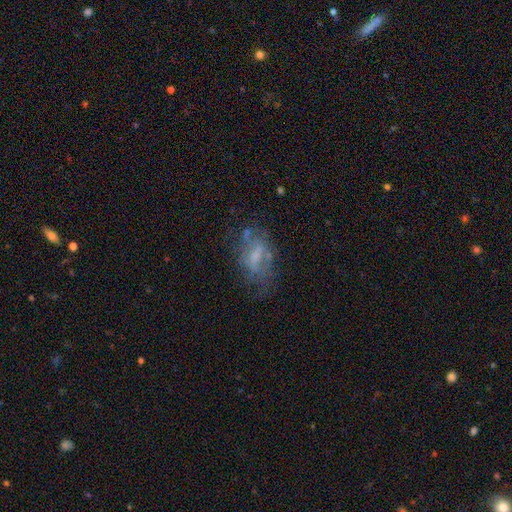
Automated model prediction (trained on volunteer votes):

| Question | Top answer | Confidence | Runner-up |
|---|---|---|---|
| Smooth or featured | featured or disk | 55% | smooth (33%) |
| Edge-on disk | no | 92% | yes (8%) |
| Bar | no | 41% | tied: weak (41%) |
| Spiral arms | no | 65% | yes (35%) |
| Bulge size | small | 33% | none (32%) |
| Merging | none | 47% | major disturbance (24%) |